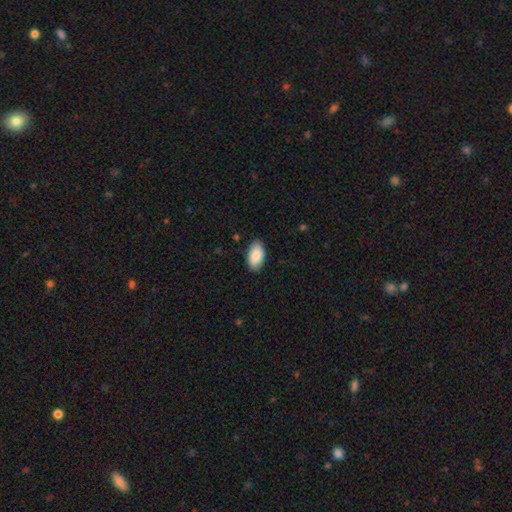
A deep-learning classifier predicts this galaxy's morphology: A smooth galaxy with no disk features (88%) that is in between round and cigar-shaped (96%). Merging: none (87%).